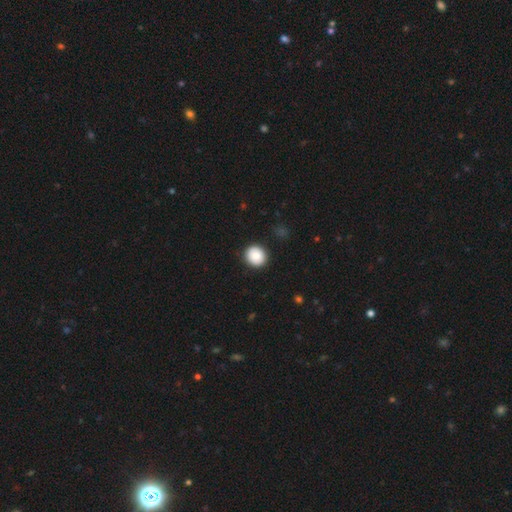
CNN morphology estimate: Q: Smooth or featured?
A: smooth (85%); runner-up: star or artifact (8%)
Q: How rounded?
A: round (85%); runner-up: in between (14%)
Q: Merging?
A: none (90%); runner-up: minor disturbance (7%)